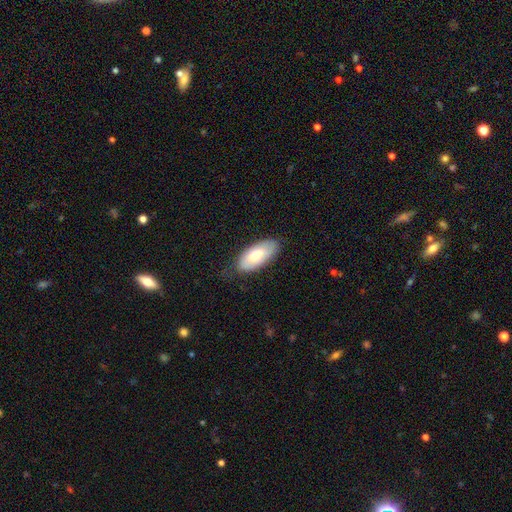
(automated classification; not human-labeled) Smooth or featured? smooth (77%)
How rounded? in between (90%)
Merging? none (76%)